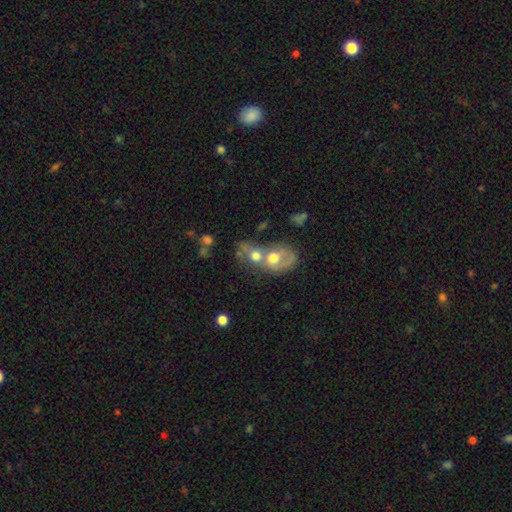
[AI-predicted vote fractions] This appears to be a smooth galaxy with no disk features (58%) that is in between round and cigar-shaped (51%). Merging: merger (74%).